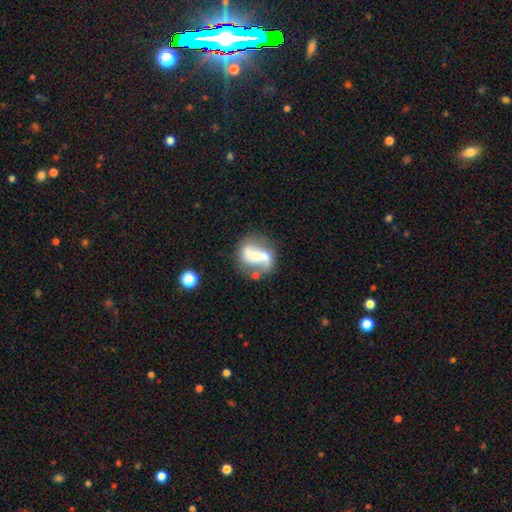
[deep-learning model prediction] smooth-or-featured: featured or disk: 62% | smooth: 30% | star or artifact: 8%
  disk-edge-on: no: 96% | yes: 4%
    bar: no: 50% | strong: 25% | weak: 25%
    has-spiral-arms: yes: 69% | no: 31%
    bulge-size: small: 44% | moderate: 37% | none: 8% | large: 8% | dominant: 3%
  merging: none: 44% | merger: 22% | minor disturbance: 19% | major disturbance: 14%